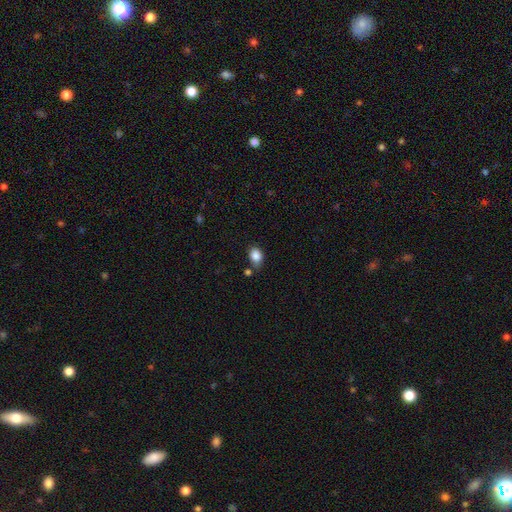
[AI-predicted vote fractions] A smooth galaxy with no disk features (86%) that is in between round and cigar-shaped (68%). Merging: none (65%).